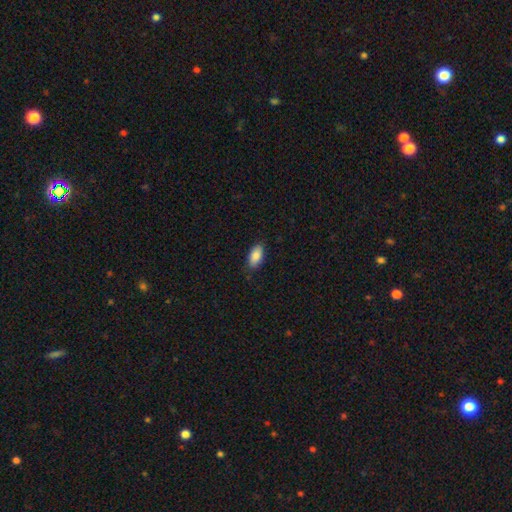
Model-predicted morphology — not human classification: smooth 87%, star or artifact 7%, featured or disk 6%. Down the decision tree: how rounded — in between (93%); merging — none (83%).